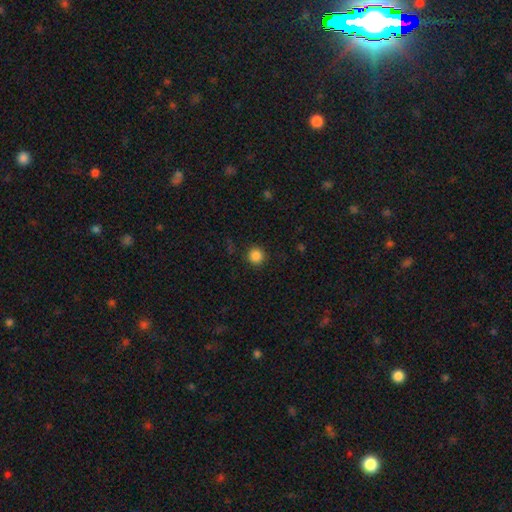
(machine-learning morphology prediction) Q: Smooth or featured?
A: smooth (86%); runner-up: star or artifact (11%)
Q: How rounded?
A: round (95%); runner-up: in between (4%)
Q: Merging?
A: none (89%); runner-up: minor disturbance (7%)